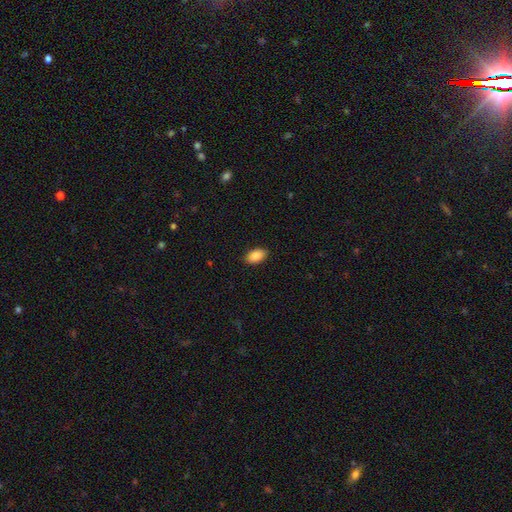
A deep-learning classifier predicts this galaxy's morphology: Overall: smooth (89%). How rounded: in between (93%). Merging: none (89%).